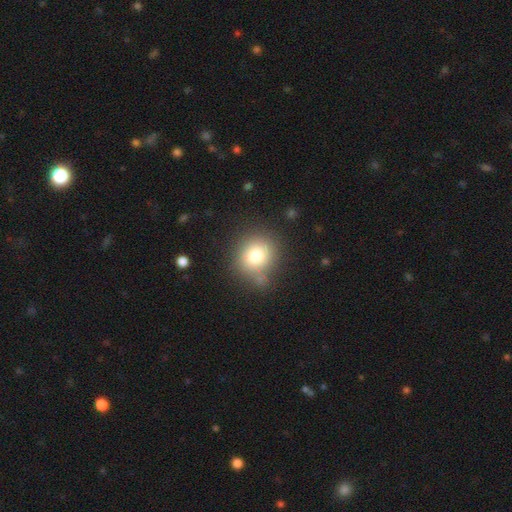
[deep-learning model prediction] smooth_or_featured: smooth (p=0.77) [alt: star or artifact p=0.11]
how_rounded: round (p=0.86) [alt: in between p=0.13]
merging: none (p=0.71) [alt: minor disturbance p=0.16]